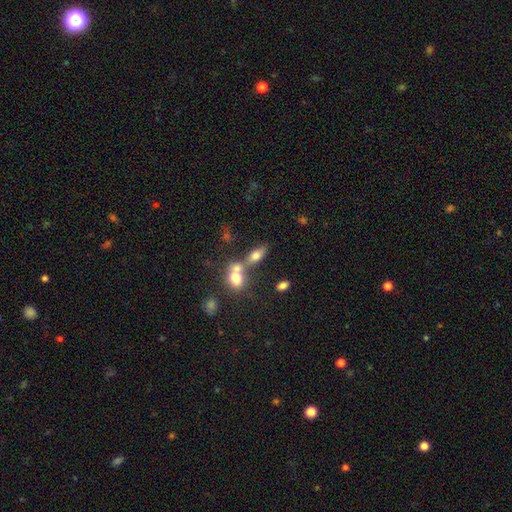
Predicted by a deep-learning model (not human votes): smooth 67%, featured or disk 22%, star or artifact 11%. Down the decision tree: how rounded — in between (72%); merging — none (43%).